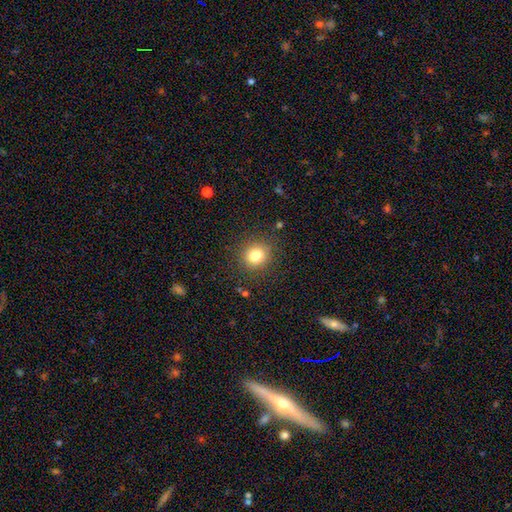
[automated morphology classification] Smooth or featured? smooth (80%)
How rounded? round (85%)
Merging? none (88%)